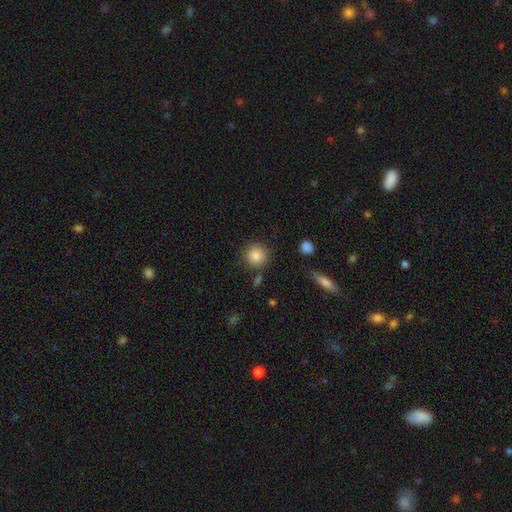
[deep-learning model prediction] Q: Smooth or featured?
A: smooth (85%); runner-up: star or artifact (9%)
Q: How rounded?
A: round (93%); runner-up: in between (6%)
Q: Merging?
A: none (84%); runner-up: minor disturbance (9%)